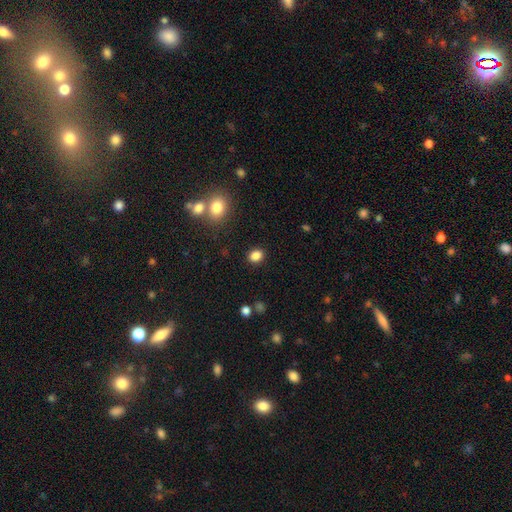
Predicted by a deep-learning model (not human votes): Smooth or featured: smooth — 85% (star or artifact — 11%)
How rounded: round — 52% (in between — 47%)
Merging: none — 87% (minor disturbance — 8%)